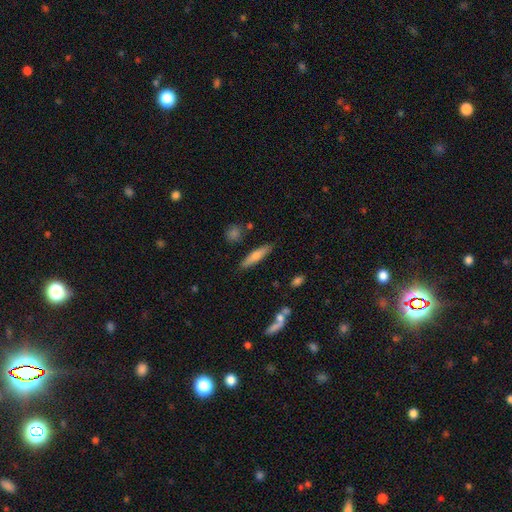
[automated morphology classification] smooth-or-featured: smooth: 67% | featured or disk: 27% | star or artifact: 6%
  how-rounded: cigar-shaped: 76% | in between: 22% | round: 2%
  merging: none: 84% | minor disturbance: 10% | merger: 3% | major disturbance: 2%